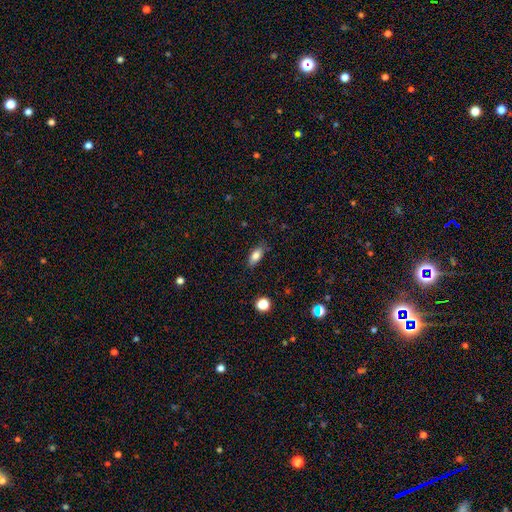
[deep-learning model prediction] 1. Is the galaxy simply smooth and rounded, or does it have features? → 80% smooth, 12% featured or disk, 9% star or artifact.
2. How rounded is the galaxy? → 85% in between, 11% cigar-shaped, 5% round.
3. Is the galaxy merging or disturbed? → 80% none, 16% minor disturbance, 3% major disturbance, 1% merger.